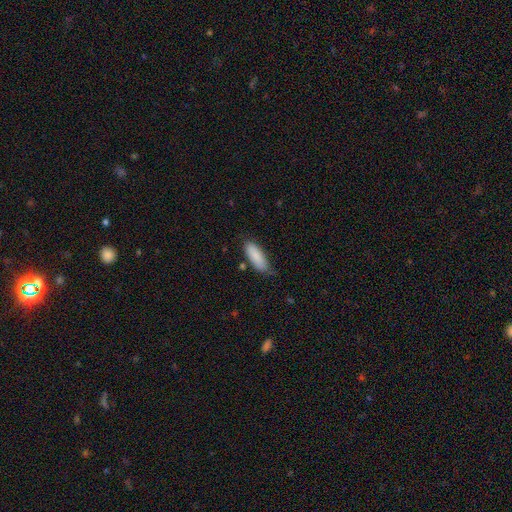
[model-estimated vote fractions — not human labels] Smooth or featured?
  - smooth: 87% *
  - featured or disk: 7%
  - star or artifact: 6%
How rounded?
  - in between: 70% *
  - cigar-shaped: 29%
  - round: 2%
Merging?
  - none: 68% *
  - minor disturbance: 25%
  - major disturbance: 4%
  - merger: 3%